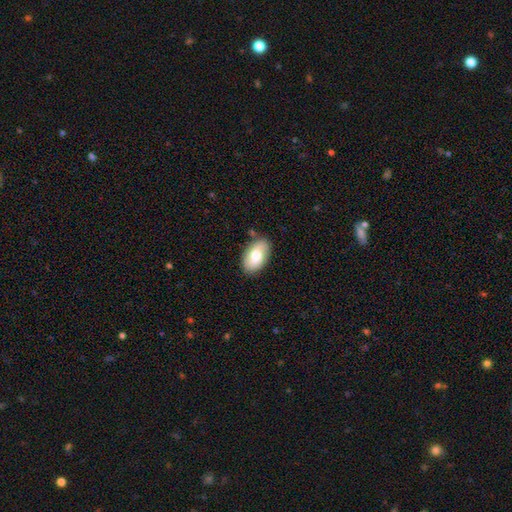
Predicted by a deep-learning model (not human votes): Q: Smooth or featured?
A: smooth (67%); runner-up: featured or disk (27%)
Q: How rounded?
A: in between (93%); runner-up: round (5%)
Q: Merging?
A: none (81%); runner-up: minor disturbance (14%)